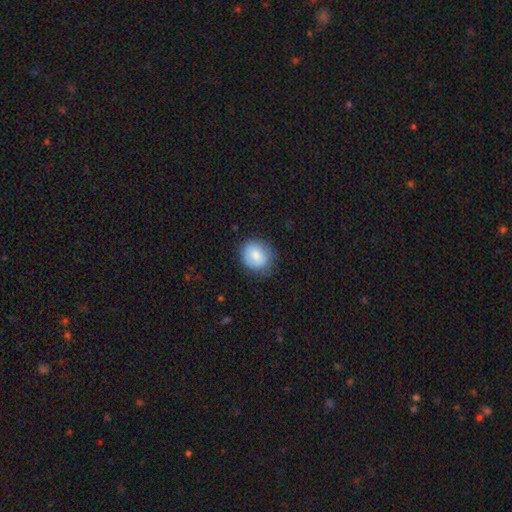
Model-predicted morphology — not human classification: Overall: smooth (78%). How rounded: round (72%). Merging: none (70%).